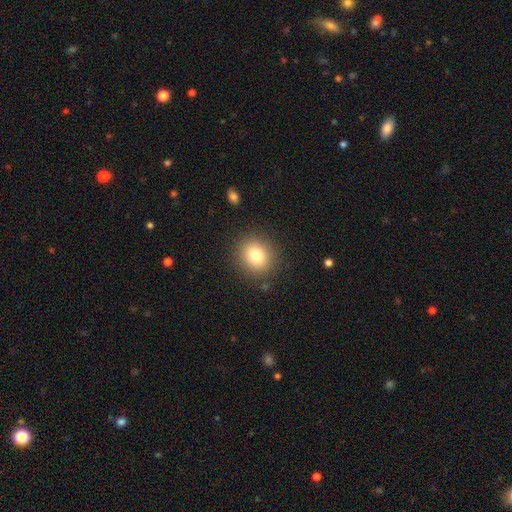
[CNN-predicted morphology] smooth_or_featured: smooth (p=0.79) [alt: star or artifact p=0.12]
how_rounded: round (p=0.84) [alt: in between p=0.15]
merging: none (p=0.88) [alt: minor disturbance p=0.08]